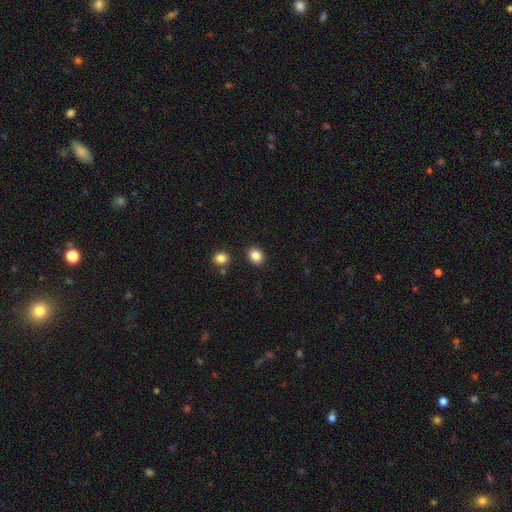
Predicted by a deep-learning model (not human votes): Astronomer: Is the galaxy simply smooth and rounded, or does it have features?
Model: smooth — 86%.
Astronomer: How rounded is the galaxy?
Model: round — 57% (runner-up: in between, 42%).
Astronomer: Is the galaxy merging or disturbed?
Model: none — 88%.